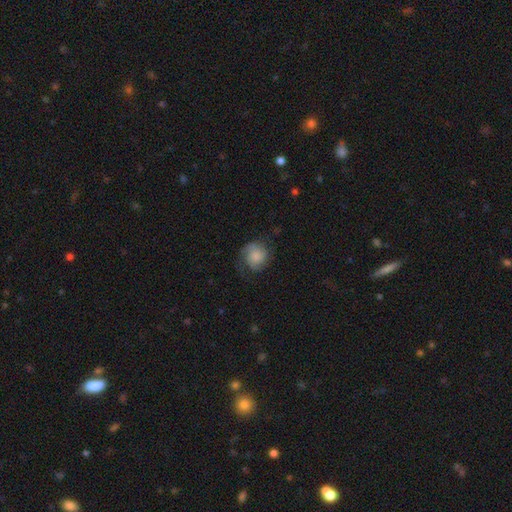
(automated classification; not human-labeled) A smooth galaxy with no disk features (56%) that is round (81%). Merging: none (61%).